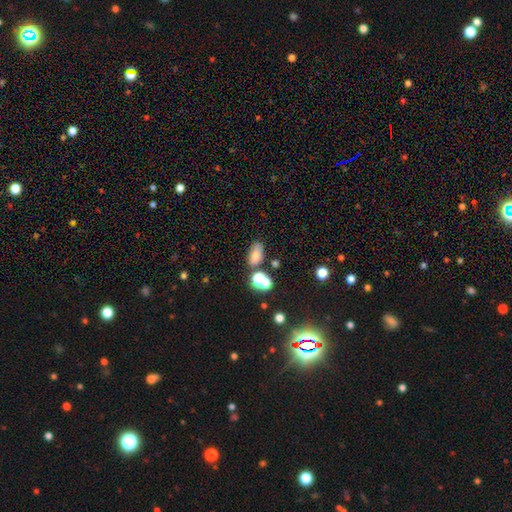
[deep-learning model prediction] This is likely a smooth galaxy (71%). How rounded: clearly in between (83%). Merging: possibly none (58%).